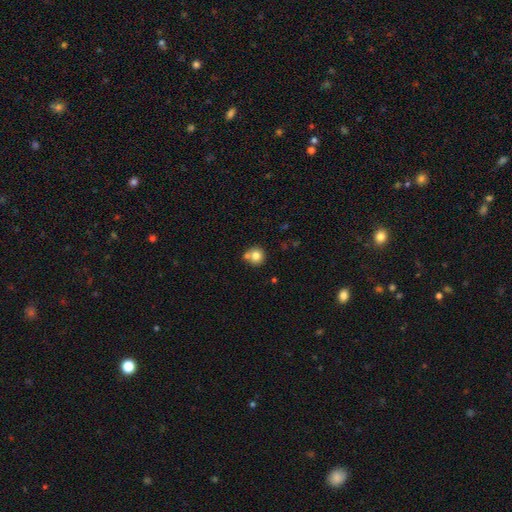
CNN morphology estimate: This is likely a smooth galaxy (77%). How rounded: clearly round (90%). Merging: possibly none (57%).